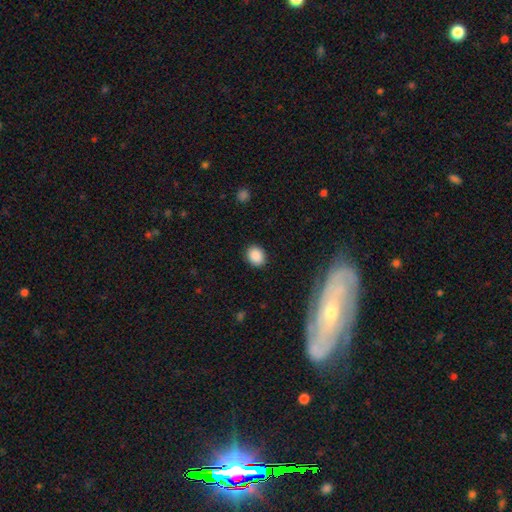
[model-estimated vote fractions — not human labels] Smooth or featured?
  - smooth: 88% *
  - star or artifact: 9%
  - featured or disk: 3%
How rounded?
  - round: 57% *
  - in between: 42%
  - cigar-shaped: 1%
Merging?
  - none: 89% *
  - minor disturbance: 8%
  - major disturbance: 2%
  - merger: 1%